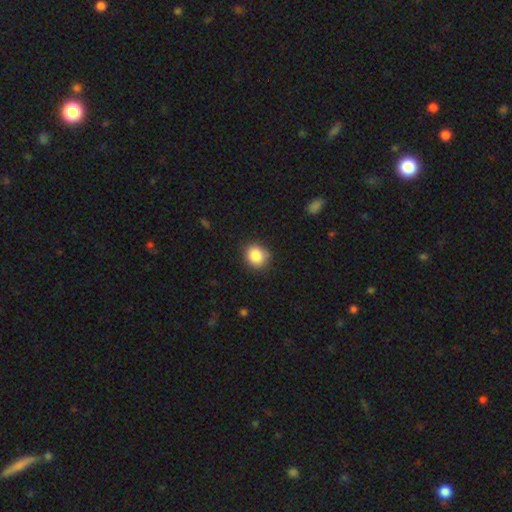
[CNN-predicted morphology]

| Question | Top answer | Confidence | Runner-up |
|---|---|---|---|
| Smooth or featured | smooth | 87% | star or artifact (9%) |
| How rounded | round | 74% | in between (25%) |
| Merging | none | 85% | minor disturbance (12%) |